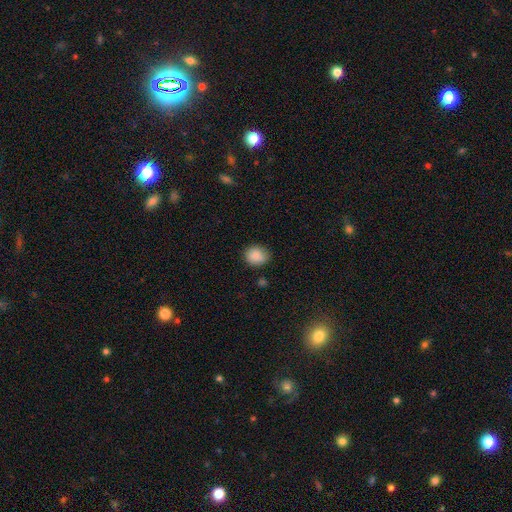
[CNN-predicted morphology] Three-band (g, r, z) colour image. It shows a smooth galaxy with no disk features (88%) that is round (64%). Merging: none (79%).